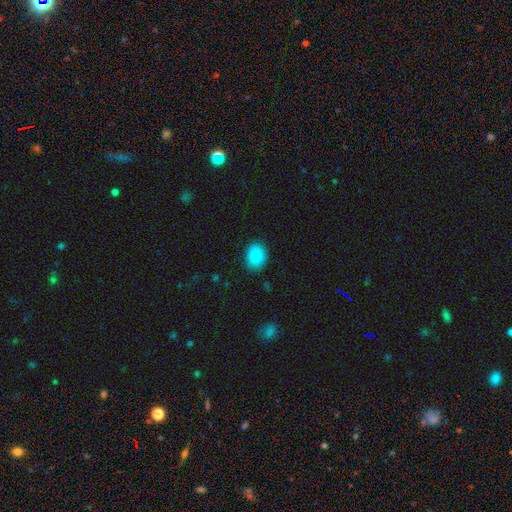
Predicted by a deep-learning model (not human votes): Smooth or featured? smooth (89%)
How rounded? in between (67%)
Merging? none (84%)